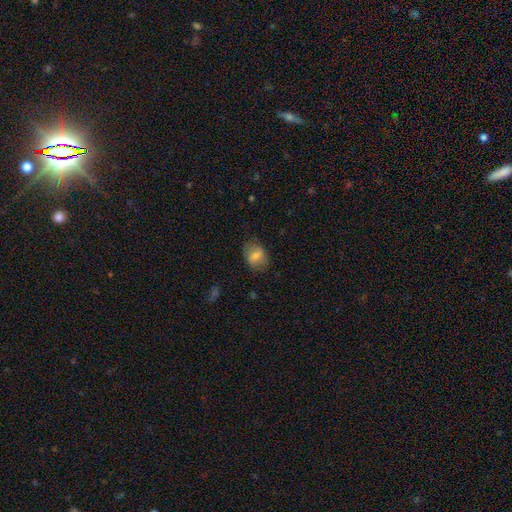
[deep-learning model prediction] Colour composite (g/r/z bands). It shows a smooth galaxy with no disk features (74%) that is in between round and cigar-shaped (64%). Merging: none (76%).